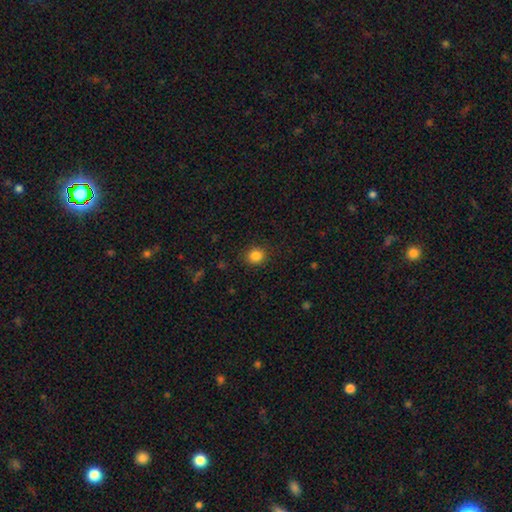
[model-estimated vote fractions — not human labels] smooth-or-featured: smooth: 85% | star or artifact: 11% | featured or disk: 4%
  how-rounded: round: 84% | in between: 15% | cigar-shaped: 1%
  merging: none: 90% | minor disturbance: 7% | major disturbance: 2% | merger: 1%